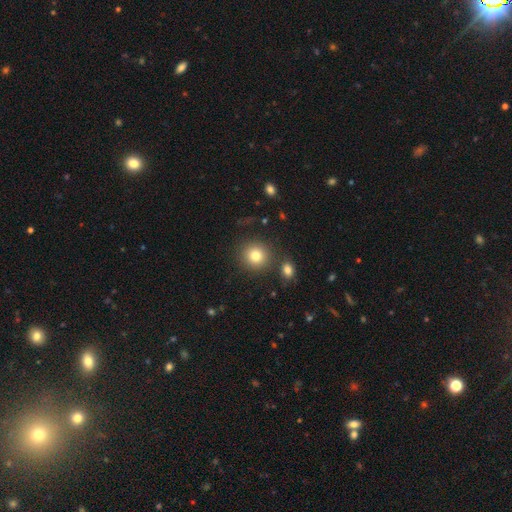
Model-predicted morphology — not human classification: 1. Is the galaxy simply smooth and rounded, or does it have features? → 81% smooth, 11% star or artifact, 8% featured or disk.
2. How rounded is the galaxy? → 91% round, 8% in between, 1% cigar-shaped.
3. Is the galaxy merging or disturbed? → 83% none, 7% minor disturbance, 6% merger, 3% major disturbance.